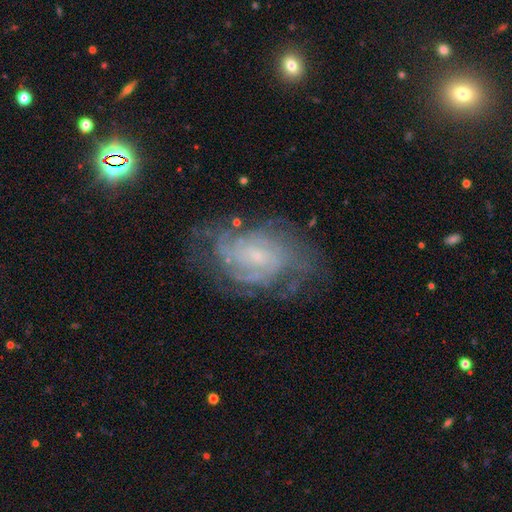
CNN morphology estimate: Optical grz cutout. It shows a featured or disk galaxy (81%) with no bar (61%), tight (59%) spiral arms (90%) and a small central bulge (71%). Merging: none (65%).